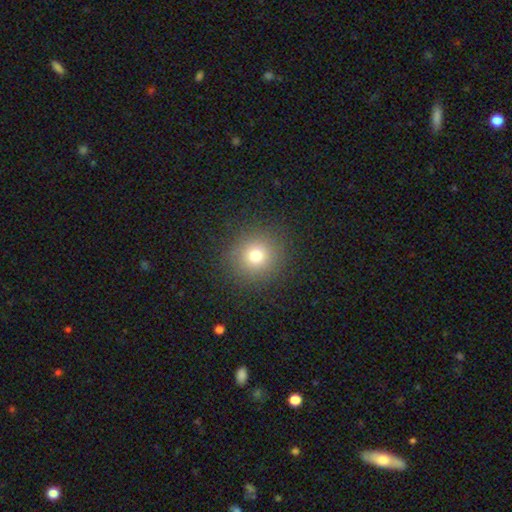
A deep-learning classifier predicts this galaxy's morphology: Smooth or featured? smooth (76%)
How rounded? round (92%)
Merging? none (90%)